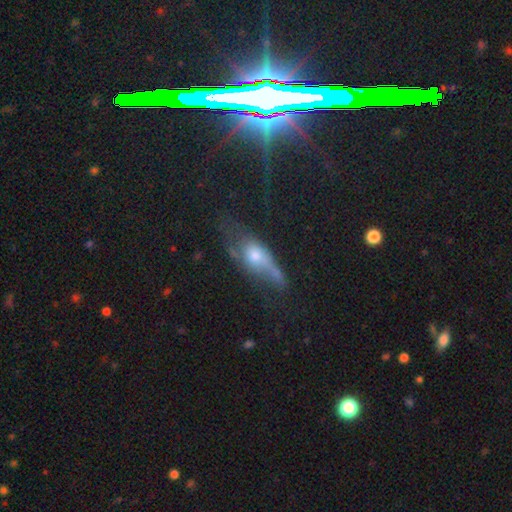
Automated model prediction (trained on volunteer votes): Smooth or featured? Predicted: smooth (p=0.44). Merging? Predicted: none (p=0.34).